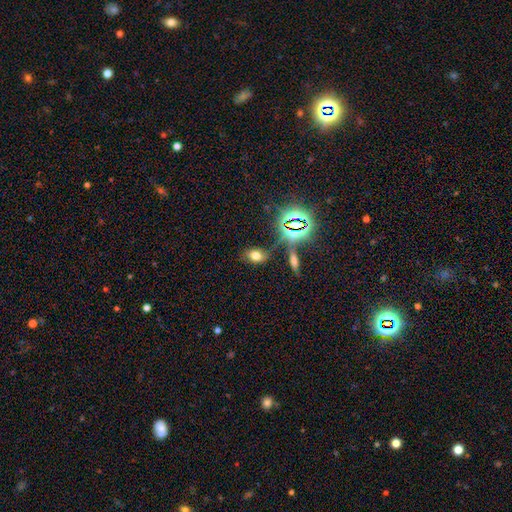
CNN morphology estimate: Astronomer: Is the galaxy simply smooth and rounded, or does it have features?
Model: smooth — 62%.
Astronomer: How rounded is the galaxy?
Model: in between — 76%.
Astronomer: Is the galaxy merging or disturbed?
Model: none — 75%.